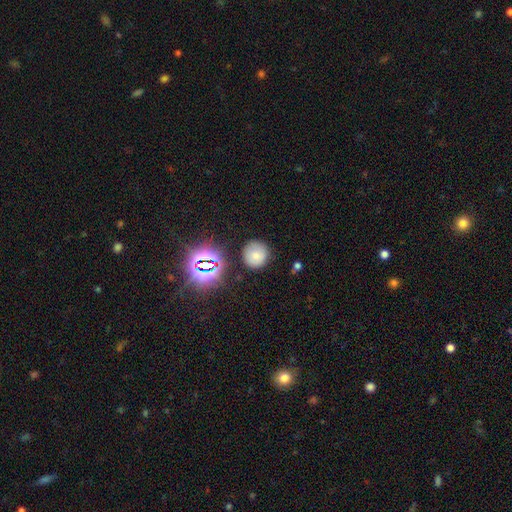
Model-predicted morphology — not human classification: This appears to be a smooth galaxy with no disk features (72%) that is round (92%). Merging: none (83%).